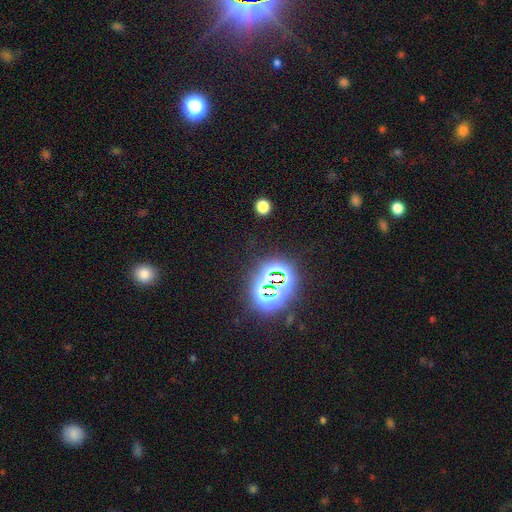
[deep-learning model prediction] Smooth or featured? Predicted: star or artifact (p=0.78).